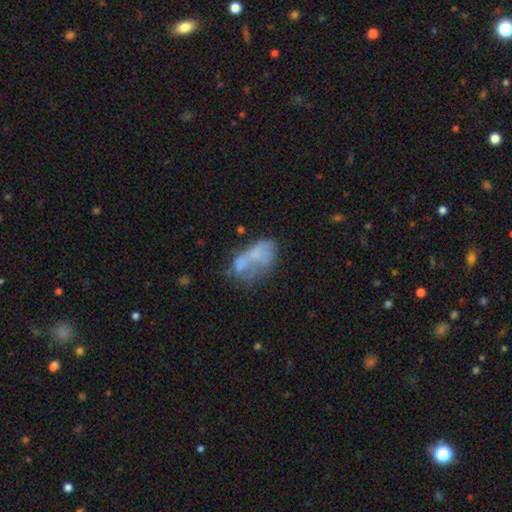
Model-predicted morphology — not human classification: A smooth galaxy with no disk features (47%). Merging: merger (38%).